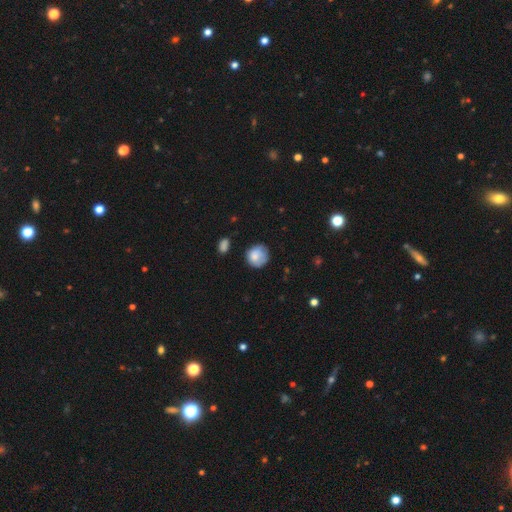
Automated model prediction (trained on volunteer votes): smooth-or-featured: smooth: 81% | featured or disk: 11% | star or artifact: 8%
  how-rounded: round: 86% | in between: 13% | cigar-shaped: 1%
  merging: none: 66% | minor disturbance: 25% | major disturbance: 6% | merger: 3%